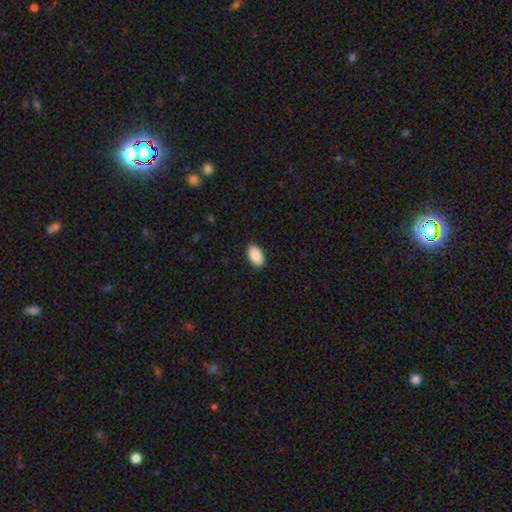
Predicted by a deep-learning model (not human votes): This appears to be a smooth galaxy with no disk features (89%) that is in between round and cigar-shaped (94%). Merging: none (90%).